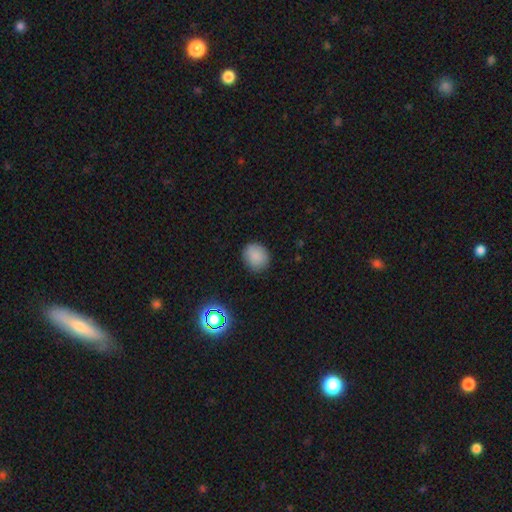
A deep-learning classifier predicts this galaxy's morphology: This appears to be a smooth galaxy with no disk features (84%) that is round (75%). Merging: none (86%).